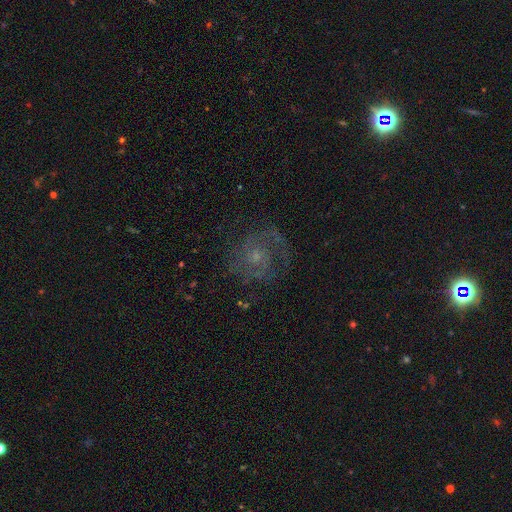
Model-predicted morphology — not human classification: Smooth or featured? Predicted: featured or disk (p=0.73). Edge-on disk? Predicted: no (p=0.98). Bar? Predicted: no (p=0.75). Spiral arms? Predicted: yes (p=0.90). Spiral winding? Predicted: medium (p=0.44). Spiral arm count? Predicted: 2 (p=0.48). Bulge size? Predicted: small (p=0.59). Merging? Predicted: none (p=0.69).